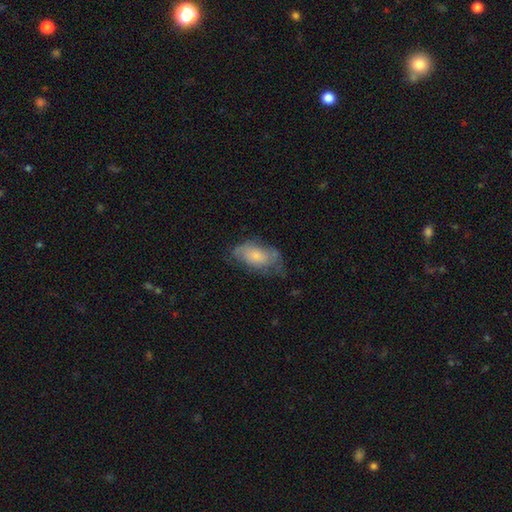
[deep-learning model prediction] A smooth galaxy with no disk features (61%) that is in between round and cigar-shaped (91%). Merging: none (44%).